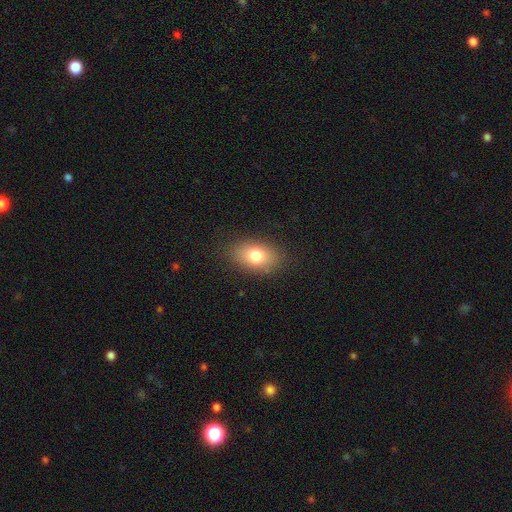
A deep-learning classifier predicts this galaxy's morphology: smooth 78%, featured or disk 12%, star or artifact 10%. Down the decision tree: how rounded — in between (82%); merging — none (84%).